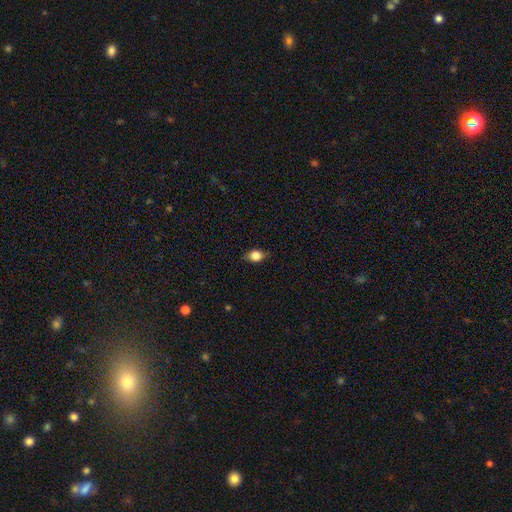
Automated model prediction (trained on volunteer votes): smooth_or_featured: smooth (p=0.80) [alt: star or artifact p=0.10]
how_rounded: in between (p=0.53) [alt: round p=0.45]
merging: none (p=0.76) [alt: minor disturbance p=0.19]